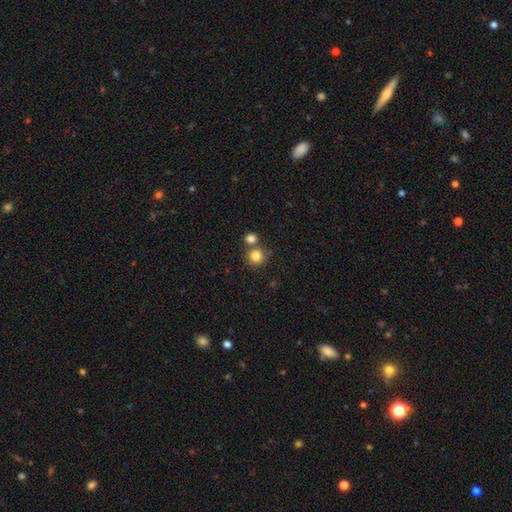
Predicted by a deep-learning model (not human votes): This is clearly a smooth galaxy (83%). How rounded: clearly round (92%). Merging: likely none (67%).